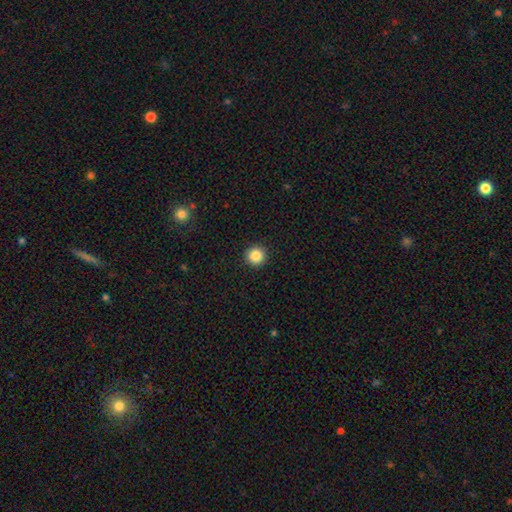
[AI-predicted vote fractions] The model was most divided on "smooth or featured": smooth: 86%, star or artifact: 10%, featured or disk: 4%. More confident: how rounded — round (96%); merging — none (93%).